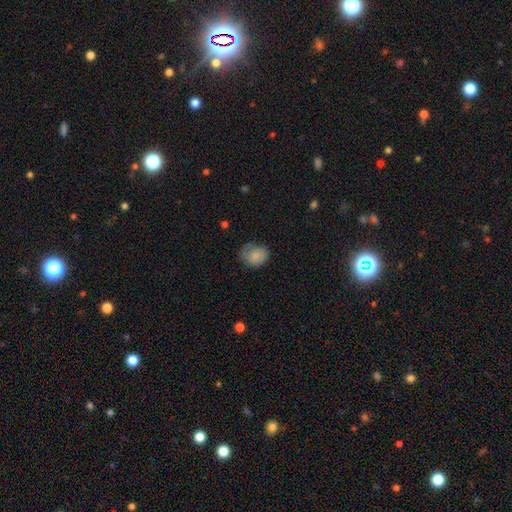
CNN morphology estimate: smooth-or-featured: smooth: 82% | featured or disk: 10% | star or artifact: 9%
  how-rounded: in between: 50% | round: 49% | cigar-shaped: 1%
  merging: none: 56% | minor disturbance: 31% | major disturbance: 12% | merger: 2%